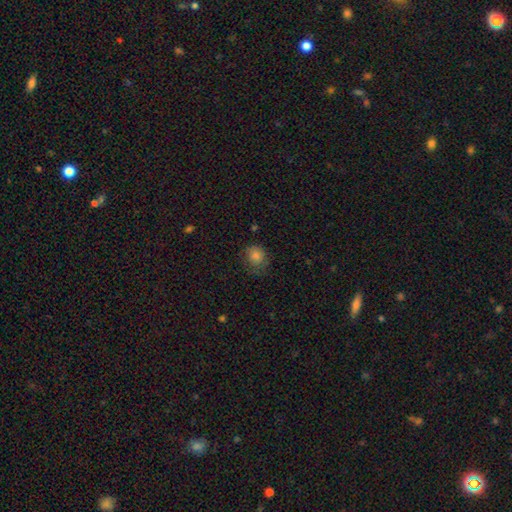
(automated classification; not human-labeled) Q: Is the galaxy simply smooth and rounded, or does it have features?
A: smooth — 79%.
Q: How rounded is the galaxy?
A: round — 75%.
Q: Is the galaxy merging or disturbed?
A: none — 68%.